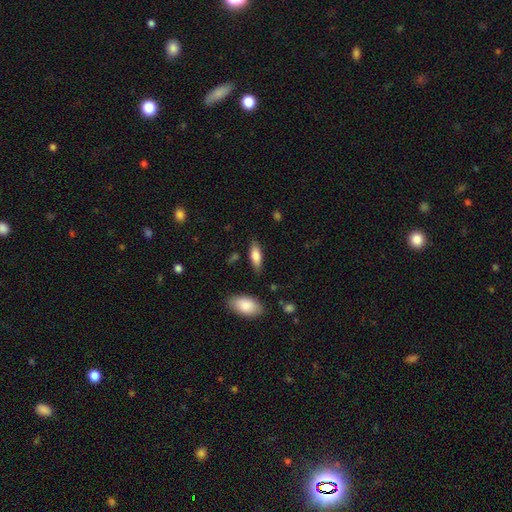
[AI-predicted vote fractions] Morphology: type=smooth (75%); roundness=in between (65%); merging=none (81%).